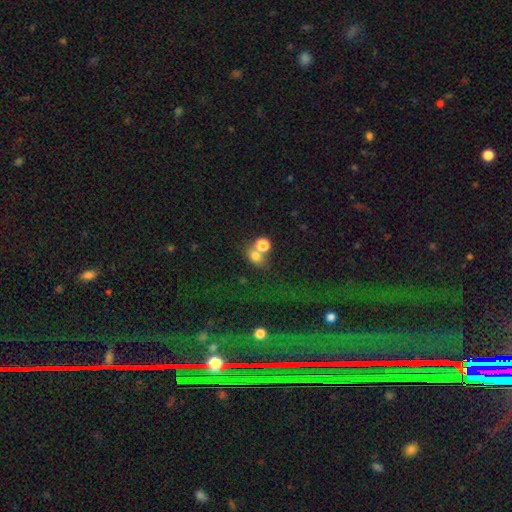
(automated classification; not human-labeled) Q: Smooth or featured?
A: smooth (74%); runner-up: star or artifact (14%)
Q: How rounded?
A: in between (50%); runner-up: round (48%)
Q: Merging?
A: merger (46%); runner-up: none (39%)